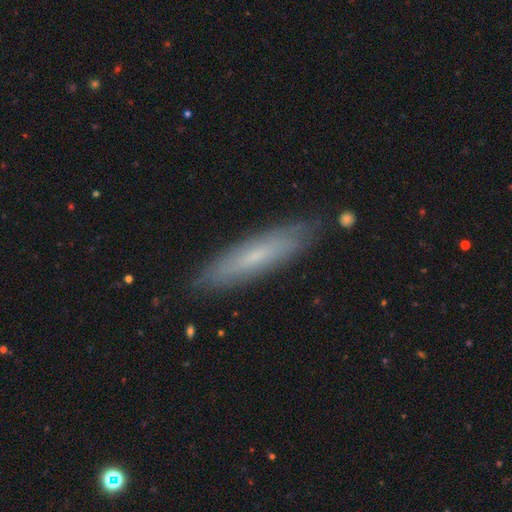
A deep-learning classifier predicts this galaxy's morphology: Q: Smooth or featured?
A: smooth (50%); runner-up: featured or disk (42%)
Q: How rounded?
A: cigar-shaped (83%); runner-up: in between (15%)
Q: Merging?
A: none (87%); runner-up: minor disturbance (10%)